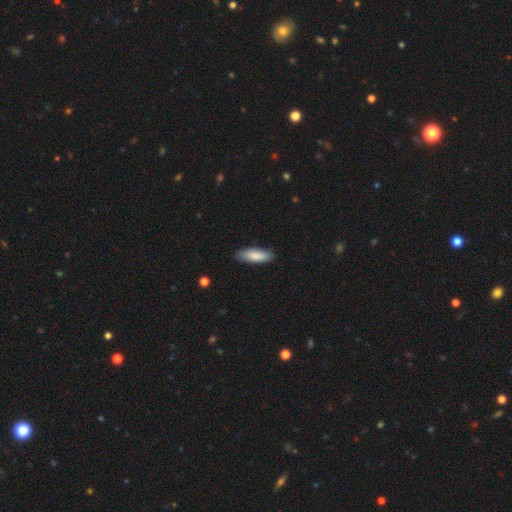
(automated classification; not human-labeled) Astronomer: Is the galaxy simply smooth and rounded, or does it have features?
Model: smooth — 85%.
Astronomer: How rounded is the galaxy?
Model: in between — 61% (runner-up: cigar-shaped, 38%).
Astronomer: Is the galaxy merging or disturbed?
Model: none — 84%.